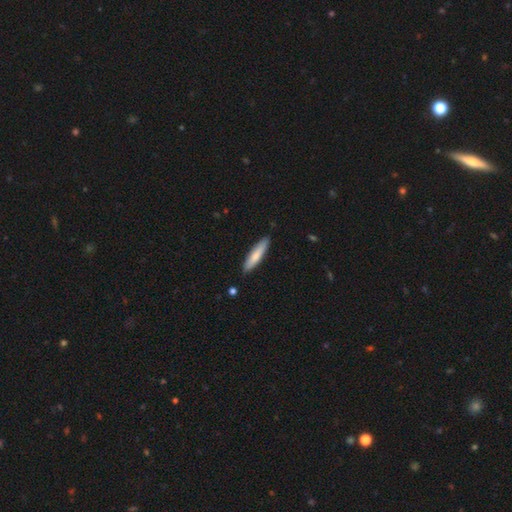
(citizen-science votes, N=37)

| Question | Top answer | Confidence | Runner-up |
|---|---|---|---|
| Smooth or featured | smooth | 78% | featured or disk (16%) |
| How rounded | cigar-shaped | 83% | in between (17%) |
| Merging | none | 83% | minor disturbance (11%) |